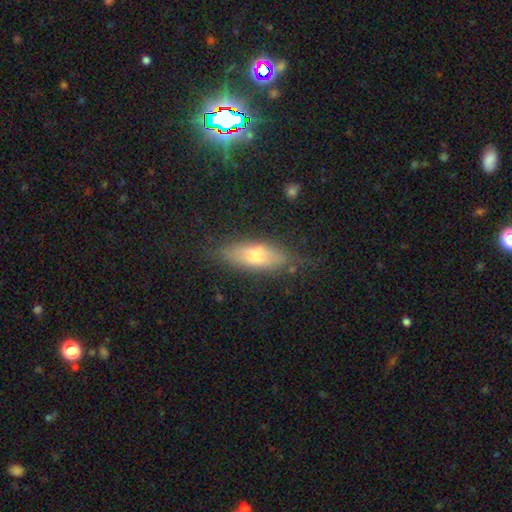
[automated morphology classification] Smooth or featured: smooth — 60% (featured or disk — 32%)
How rounded: in between — 59% (cigar-shaped — 38%)
Merging: none — 72% (minor disturbance — 19%)